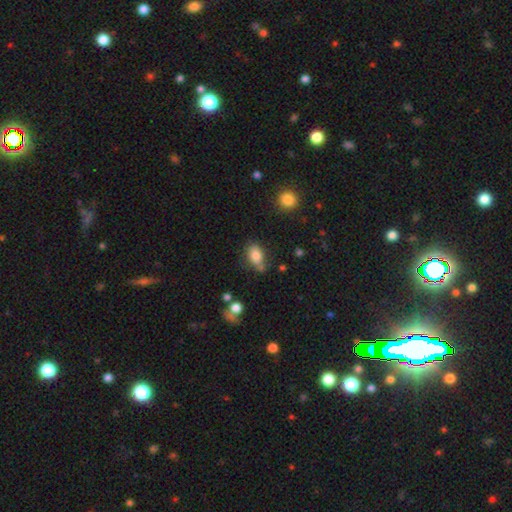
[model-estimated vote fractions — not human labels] smooth_or_featured: smooth (p=0.80) [alt: featured or disk p=0.10]
how_rounded: in between (p=0.83) [alt: round p=0.15]
merging: none (p=0.57) [alt: minor disturbance p=0.27]